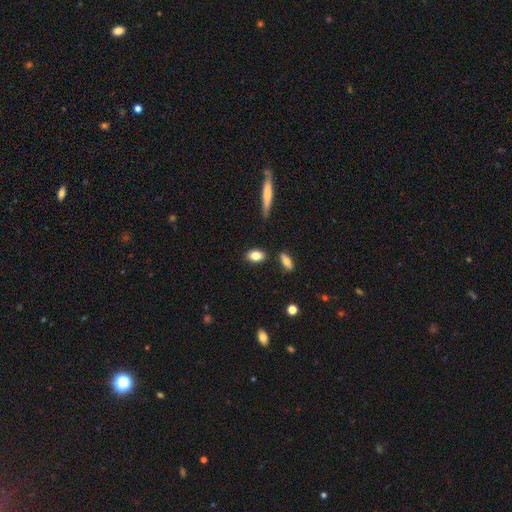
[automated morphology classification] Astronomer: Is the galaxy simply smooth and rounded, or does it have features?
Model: smooth — 82%.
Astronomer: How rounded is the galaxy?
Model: in between — 83%.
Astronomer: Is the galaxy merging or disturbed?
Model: none — 83%.